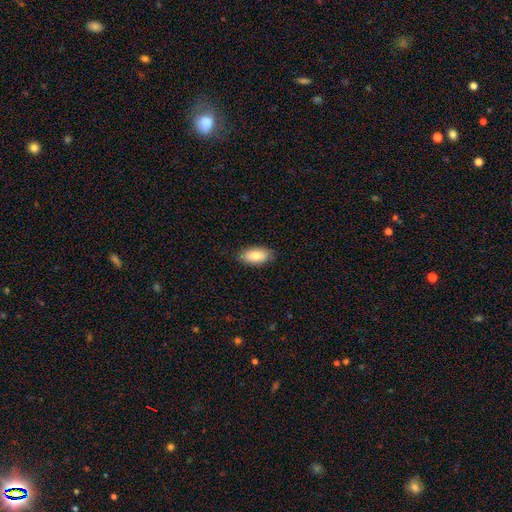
smooth_or_featured: smooth (p=0.76) [alt: featured or disk p=0.19]
how_rounded: in between (p=0.93) [alt: cigar-shaped p=0.07]
merging: none (p=0.89) [alt: minor disturbance p=0.09]